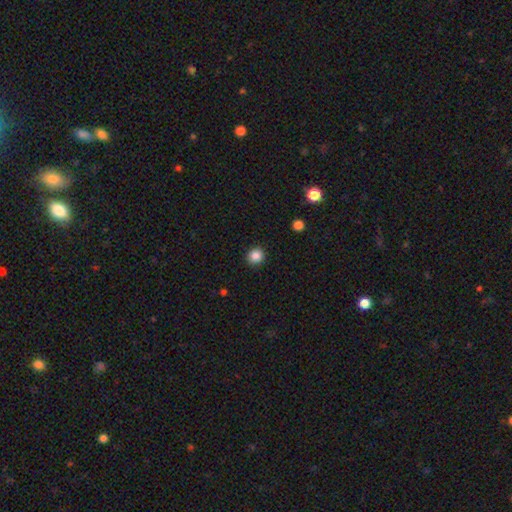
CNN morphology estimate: A smooth galaxy with no disk features (85%) that is round (91%). Merging: none (92%).